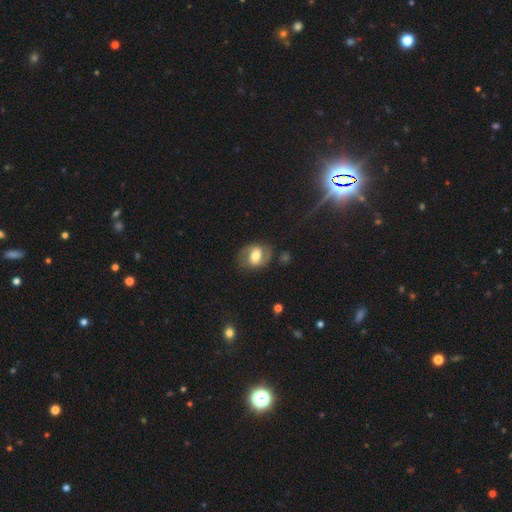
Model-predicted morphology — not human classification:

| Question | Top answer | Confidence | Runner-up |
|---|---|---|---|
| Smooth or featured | featured or disk | 57% | smooth (35%) |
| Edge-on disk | no | 95% | yes (5%) |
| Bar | weak | 42% | strong (29%) |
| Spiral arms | yes | 75% | no (25%) |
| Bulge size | moderate | 61% | large (24%) |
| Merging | none | 73% | minor disturbance (17%) |